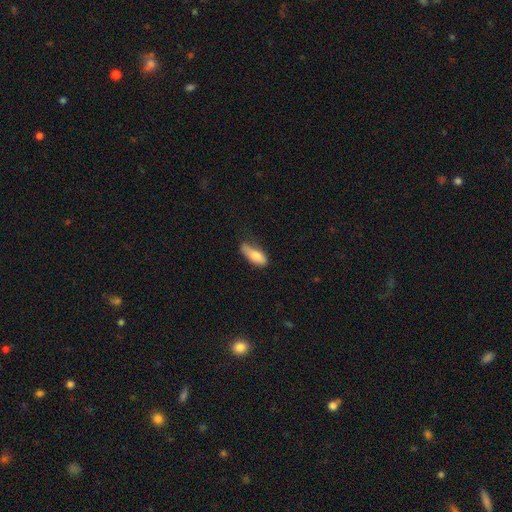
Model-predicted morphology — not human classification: Smooth or featured?
  - smooth: 76% *
  - featured or disk: 18%
  - star or artifact: 6%
How rounded?
  - in between: 73% *
  - cigar-shaped: 24%
  - round: 3%
Merging?
  - none: 46% *
  - minor disturbance: 39%
  - major disturbance: 12%
  - merger: 3%